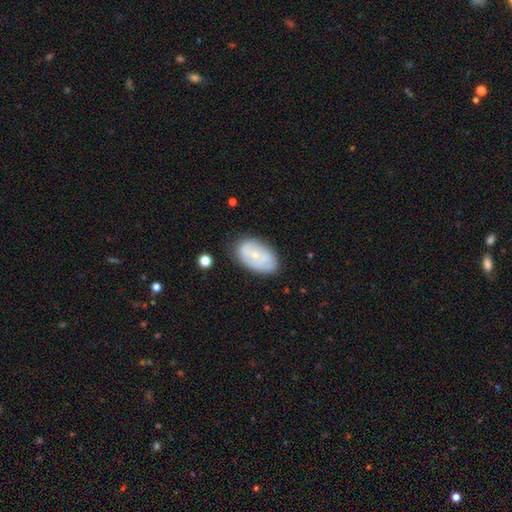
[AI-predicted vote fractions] A featured or disk galaxy (49%).

Vote fractions:
- Smooth or featured? featured or disk: 49% / smooth: 44% / star or artifact: 7%
- Merging? none: 74% / minor disturbance: 19% / major disturbance: 5% / merger: 2%